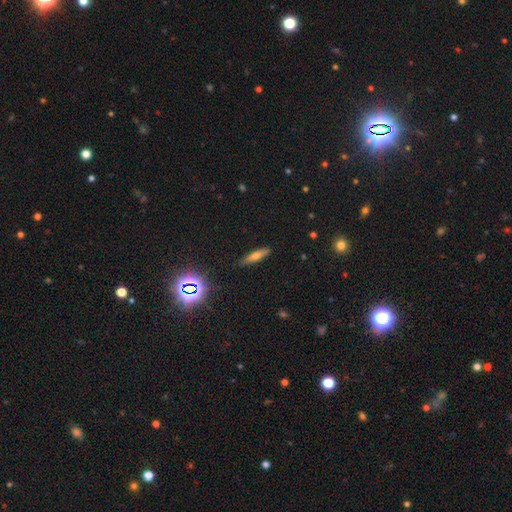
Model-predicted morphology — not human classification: A smooth galaxy with no disk features (57%) that is cigar-shaped (76%).

Vote fractions:
- Smooth or featured? smooth: 57% / featured or disk: 30% / star or artifact: 14%
- How rounded? cigar-shaped: 76% / in between: 21% / round: 3%
- Merging? none: 86% / minor disturbance: 10% / major disturbance: 2% / merger: 1%